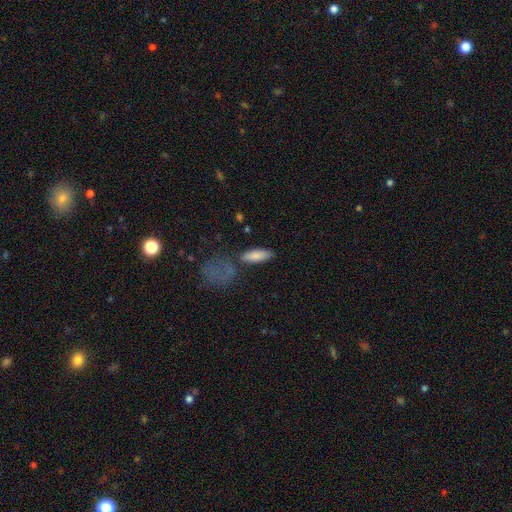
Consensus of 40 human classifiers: Smooth or featured?
  - smooth: 75% *
  - featured or disk: 18%
  - star or artifact: 8%
How rounded?
  - in between: 63% *
  - cigar-shaped: 37%
  - round: 0%
Merging?
  - none: 73% *
  - merger: 11%
  - minor disturbance: 8%
  - major disturbance: 8%